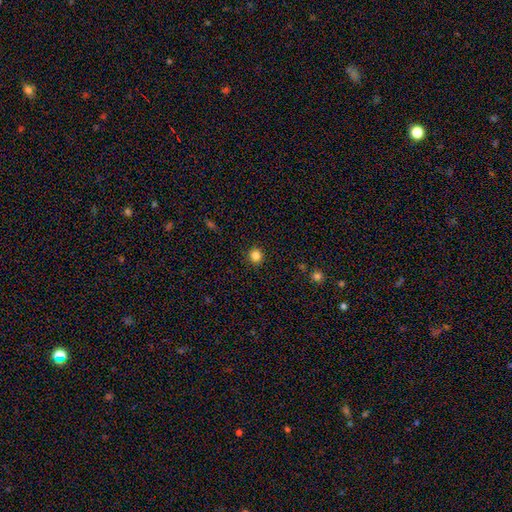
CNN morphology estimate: Smooth or featured: smooth — 84% (star or artifact — 12%)
How rounded: round — 93% (in between — 6%)
Merging: none — 92% (minor disturbance — 5%)